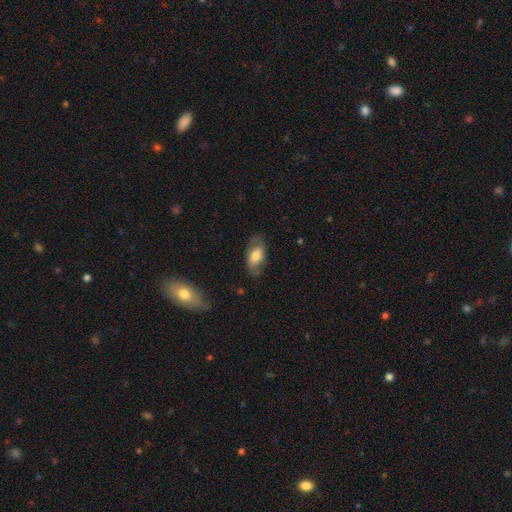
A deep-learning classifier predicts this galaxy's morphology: The model was most divided on "smooth or featured": smooth: 49%, featured or disk: 44%, star or artifact: 7%. More confident: merging — none (72%).